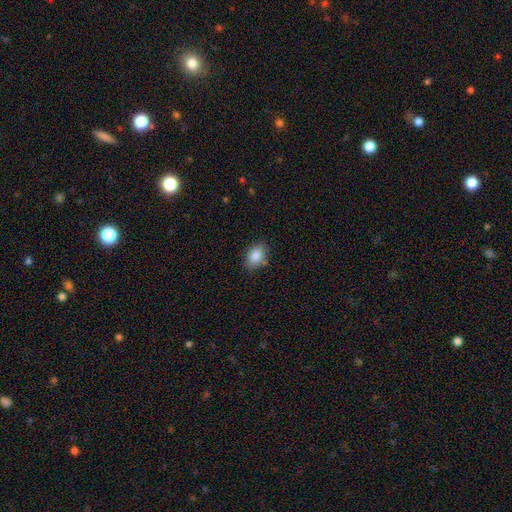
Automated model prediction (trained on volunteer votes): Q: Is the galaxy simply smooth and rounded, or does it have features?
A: smooth — 87%.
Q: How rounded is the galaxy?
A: in between — 80%.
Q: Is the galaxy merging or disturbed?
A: none — 81%.